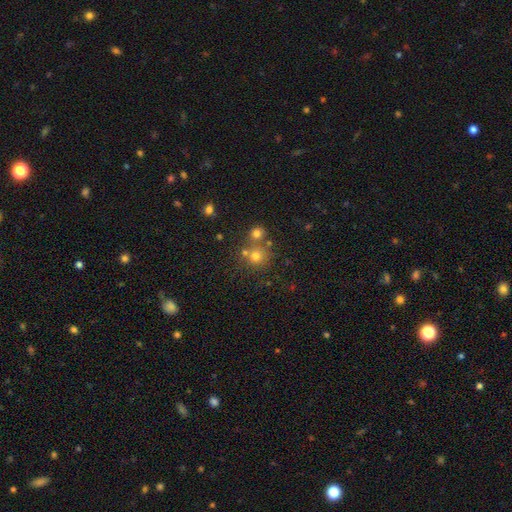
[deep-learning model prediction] Morphology: type=smooth (67%); roundness=round (90%); merging=none (62%).